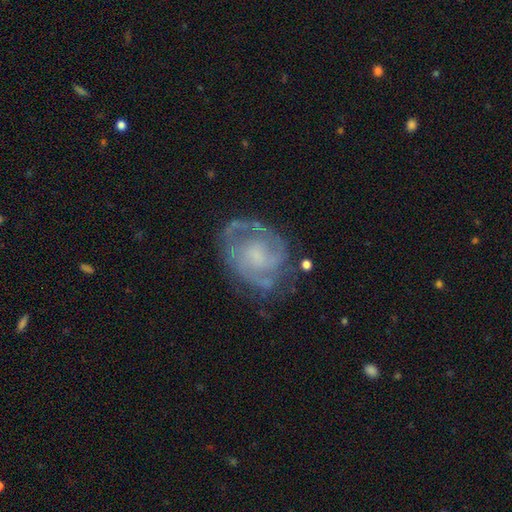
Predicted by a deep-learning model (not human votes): A featured or disk galaxy (81%) with no bar (64%), 2 (46%) tight (50%) spiral arms (89%) and a small central bulge (45%).

Vote fractions:
- Smooth or featured? featured or disk: 81% / smooth: 12% / star or artifact: 6%
- Edge-on disk? no: 98% / yes: 2%
- Bar? no: 64% / weak: 31% / strong: 5%
- Spiral arms? yes: 89% / no: 11%
- Spiral winding? tight: 50% / medium: 39% / loose: 11%
- Spiral arm count? 2: 46% / can't tell: 26% / 3: 13% / 1: 7% / 4: 4% / more than 4: 4%
- Bulge size? small: 45% / none: 27% / moderate: 22% / large: 4% / dominant: 1%
- Merging? none: 63% / minor disturbance: 21% / major disturbance: 13% / merger: 2%